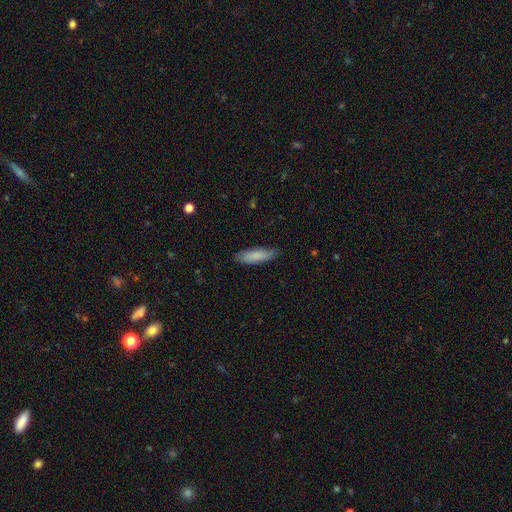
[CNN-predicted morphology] A smooth galaxy with no disk features (83%) that is in between round and cigar-shaped (51%). Merging: none (76%).